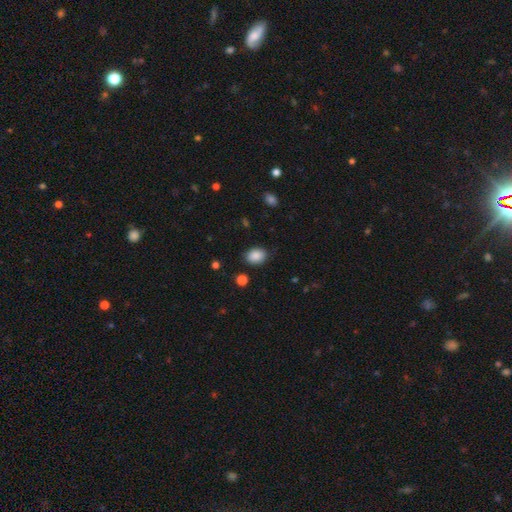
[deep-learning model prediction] This appears to be a smooth galaxy with no disk features (88%) that is in between round and cigar-shaped (63%). Merging: none (83%).